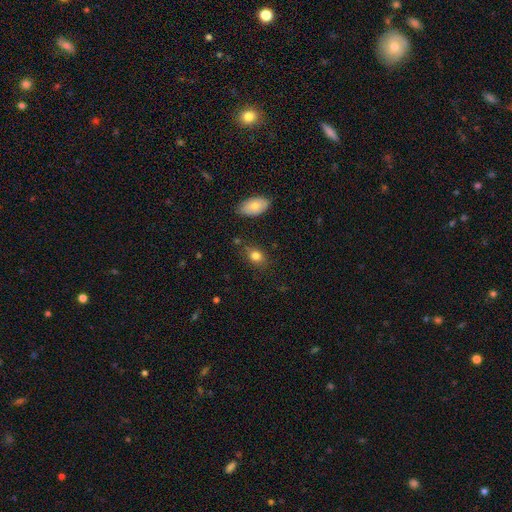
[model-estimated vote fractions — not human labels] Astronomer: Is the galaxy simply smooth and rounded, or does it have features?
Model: smooth — 82%.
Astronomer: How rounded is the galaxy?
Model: in between — 73%.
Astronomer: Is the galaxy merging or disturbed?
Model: none — 78%.